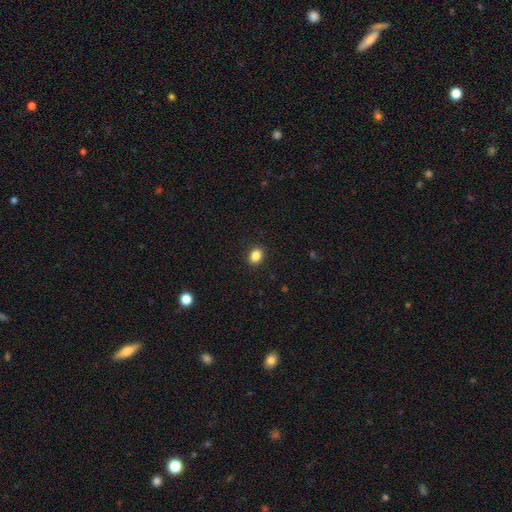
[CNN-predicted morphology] The model was most divided on "how rounded": in between: 52%, round: 47%, cigar-shaped: 1%. More confident: merging — none (91%); smooth or featured — smooth (86%).